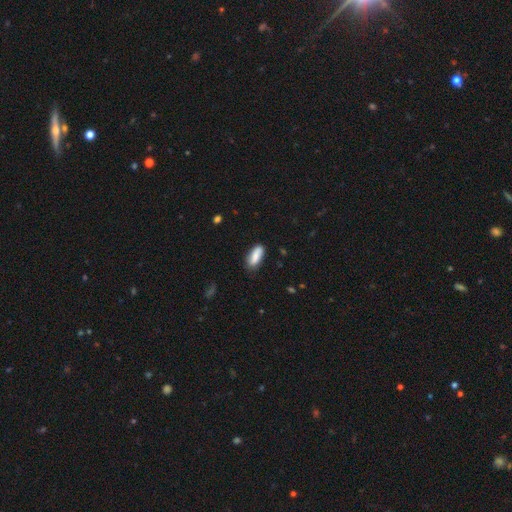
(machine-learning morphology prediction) Q: Smooth or featured?
A: smooth (83%); runner-up: featured or disk (11%)
Q: How rounded?
A: in between (77%); runner-up: cigar-shaped (20%)
Q: Merging?
A: none (77%); runner-up: minor disturbance (17%)